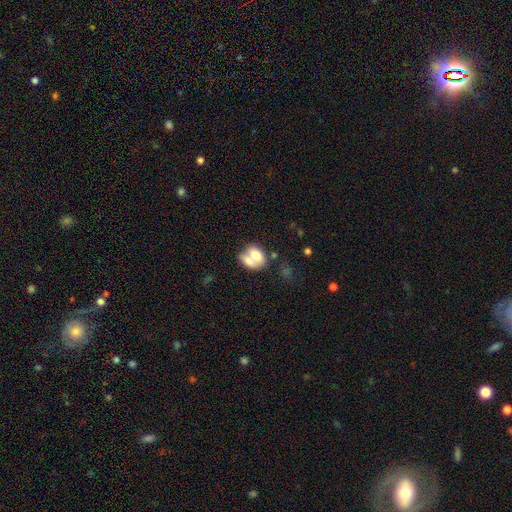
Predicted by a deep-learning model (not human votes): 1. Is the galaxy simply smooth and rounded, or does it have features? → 67% smooth, 26% featured or disk, 8% star or artifact.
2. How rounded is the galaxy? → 76% in between, 21% round, 3% cigar-shaped.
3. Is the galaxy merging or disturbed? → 63% merger, 21% none, 9% minor disturbance, 7% major disturbance.